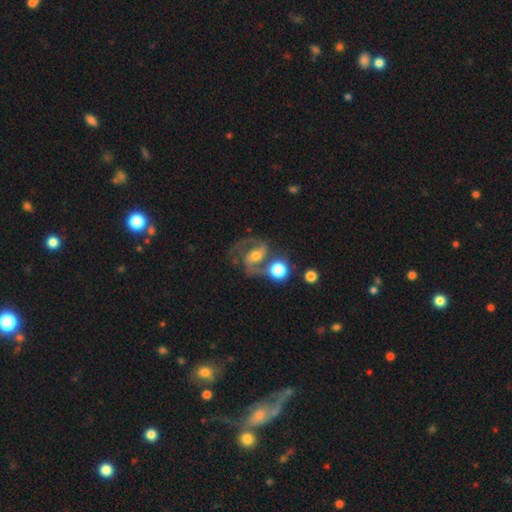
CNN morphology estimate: Smooth or featured?
  - featured or disk: 81% *
  - smooth: 11%
  - star or artifact: 8%
Edge-on disk?
  - no: 97% *
  - yes: 3%
Bar?
  - weak: 38% *
  - strong: 34%
  - no: 28%
Spiral arms?
  - yes: 95% *
  - no: 5%
Spiral winding?
  - medium: 59% *
  - loose: 22%
  - tight: 19%
Spiral arm count?
  - 2: 90% *
  - can't tell: 3%
  - 1: 3%
  - 3: 2%
  - 4: 1%
  - more than 4: 1%
Bulge size?
  - moderate: 64% *
  - small: 26%
  - large: 7%
  - none: 2%
  - dominant: 1%
Merging?
  - none: 56% *
  - merger: 18%
  - minor disturbance: 15%
  - major disturbance: 11%